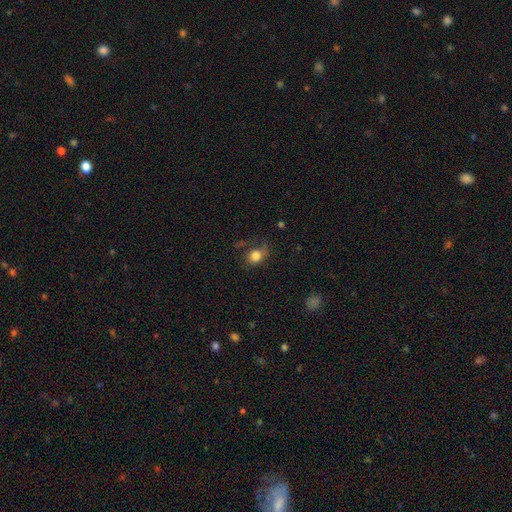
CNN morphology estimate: A smooth galaxy with no disk features (78%) that is round (56%). Merging: none (51%).